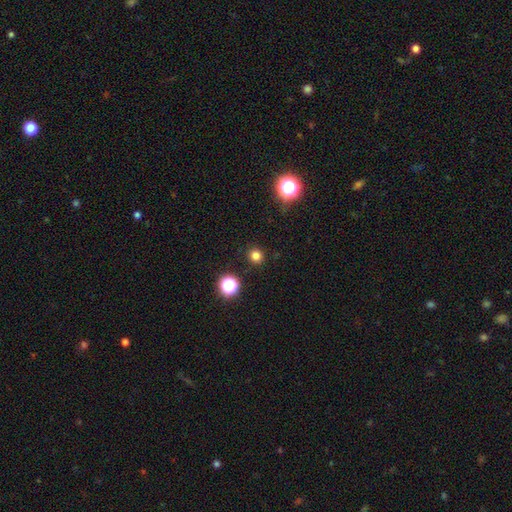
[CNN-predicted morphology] The model was most divided on "smooth or featured": smooth: 79%, star or artifact: 17%, featured or disk: 4%. More confident: merging — none (91%); how rounded — round (91%).